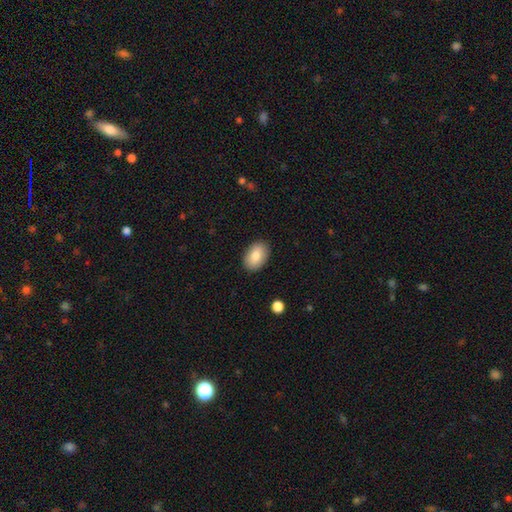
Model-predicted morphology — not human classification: smooth_or_featured: smooth (p=0.82) [alt: featured or disk p=0.11]
how_rounded: in between (p=0.86) [alt: round p=0.12]
merging: none (p=0.89) [alt: minor disturbance p=0.08]